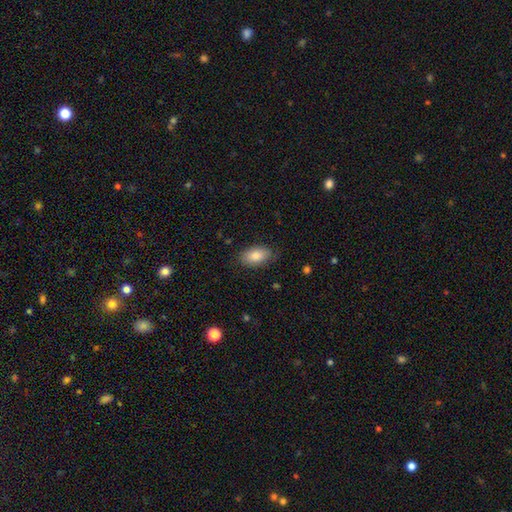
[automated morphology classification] Smooth or featured?
  - smooth: 83% *
  - featured or disk: 10%
  - star or artifact: 7%
How rounded?
  - in between: 92% *
  - round: 5%
  - cigar-shaped: 3%
Merging?
  - none: 82% *
  - minor disturbance: 14%
  - major disturbance: 3%
  - merger: 1%